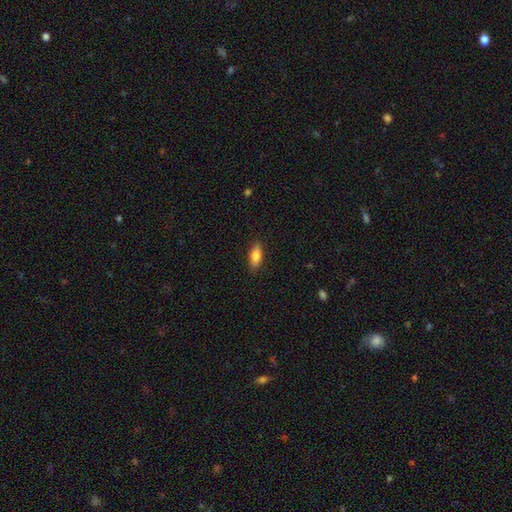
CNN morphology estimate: smooth-or-featured: smooth: 78% | featured or disk: 15% | star or artifact: 7%
  how-rounded: in between: 75% | cigar-shaped: 22% | round: 3%
  merging: none: 87% | minor disturbance: 10% | major disturbance: 2% | merger: 1%